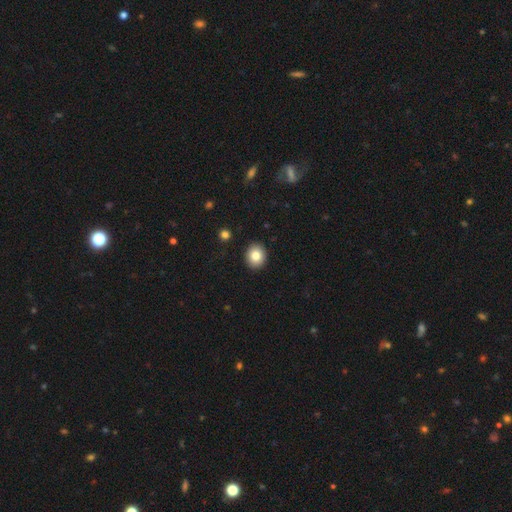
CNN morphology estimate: Smooth or featured? smooth (84%)
How rounded? round (66%)
Merging? none (91%)